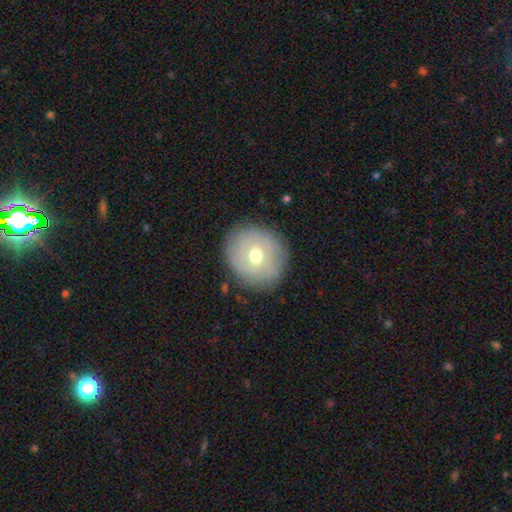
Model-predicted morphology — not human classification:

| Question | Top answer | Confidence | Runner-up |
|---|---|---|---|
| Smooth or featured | featured or disk | 46% | smooth (45%) |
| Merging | none | 84% | minor disturbance (11%) |